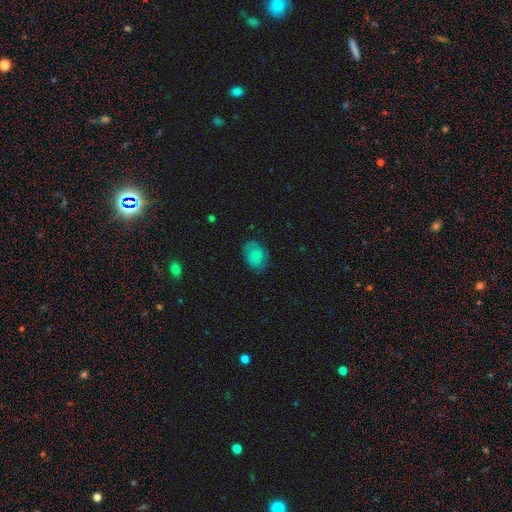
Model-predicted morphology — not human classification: smooth 71%, featured or disk 21%, star or artifact 8%. Down the decision tree: how rounded — in between (73%); merging — none (74%).